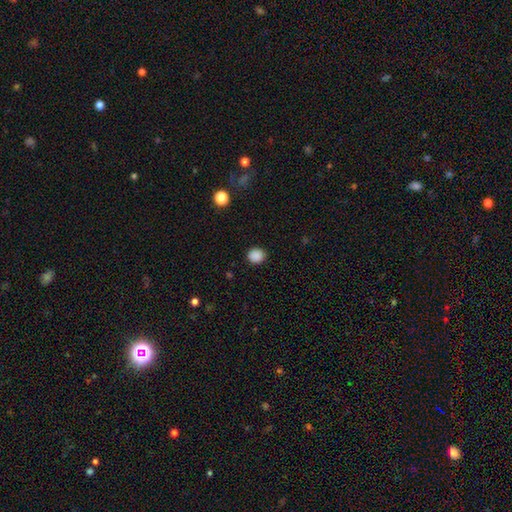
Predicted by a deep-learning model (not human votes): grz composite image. It shows a smooth galaxy with no disk features (87%) that is round (87%). Merging: none (90%).